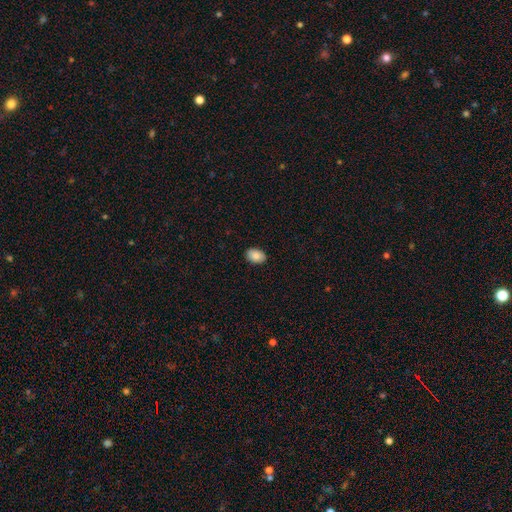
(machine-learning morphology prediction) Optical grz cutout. It shows a smooth galaxy with no disk features (87%) that is in between round and cigar-shaped (85%). Merging: none (88%).